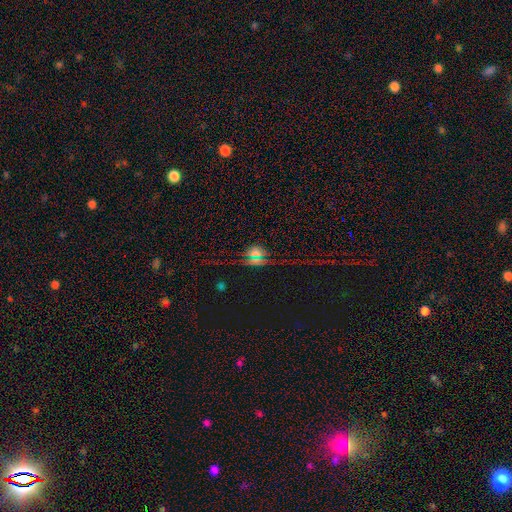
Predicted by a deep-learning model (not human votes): Smooth or featured: star or artifact — 53% (smooth — 30%)